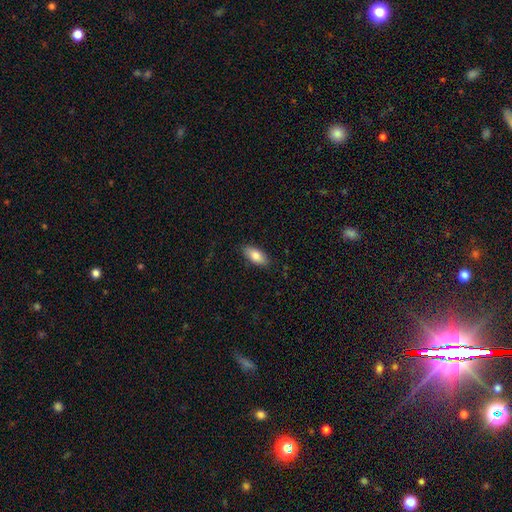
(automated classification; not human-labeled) This is clearly a smooth galaxy (81%). How rounded: clearly in between (88%). Merging: clearly none (87%).